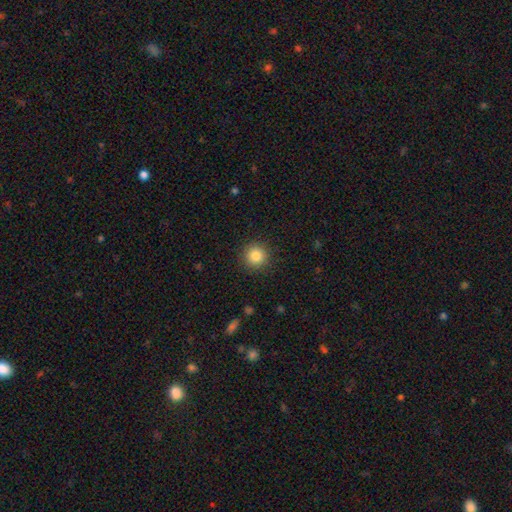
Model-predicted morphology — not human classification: type=smooth (84%); roundness=round (95%); merging=none (91%).